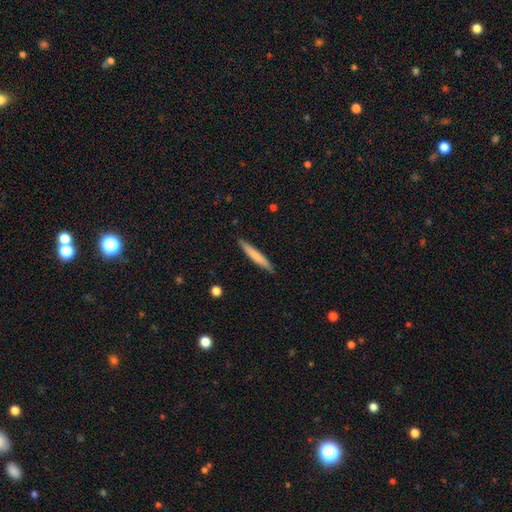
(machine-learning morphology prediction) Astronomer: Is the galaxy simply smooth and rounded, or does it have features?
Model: smooth — 71%.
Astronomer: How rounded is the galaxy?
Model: cigar-shaped — 95%.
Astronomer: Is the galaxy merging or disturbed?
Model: none — 89%.